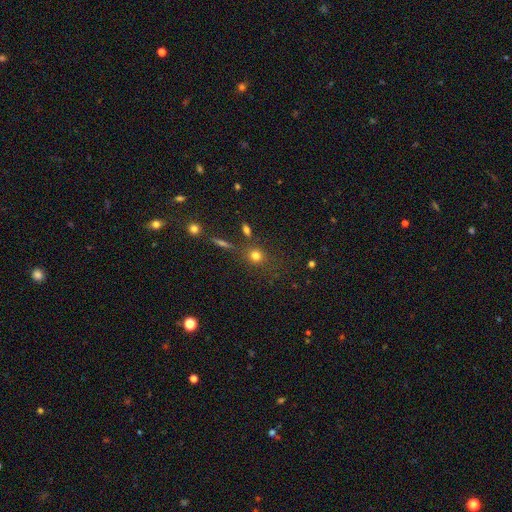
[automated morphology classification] type=smooth (76%); roundness=round (80%); merging=none (73%).